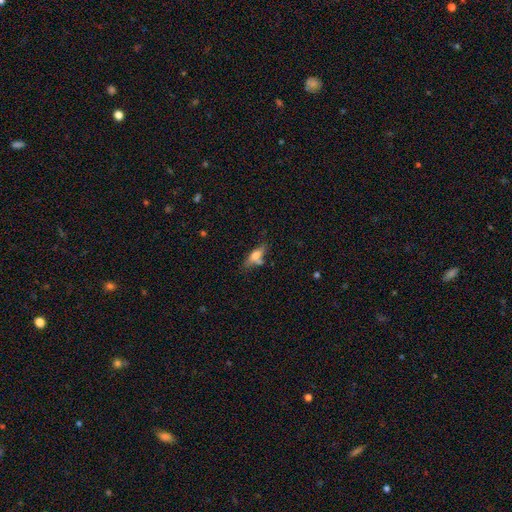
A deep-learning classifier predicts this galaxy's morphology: smooth 62%, featured or disk 30%, star or artifact 8%. Down the decision tree: how rounded — in between (57%); merging — none (57%).